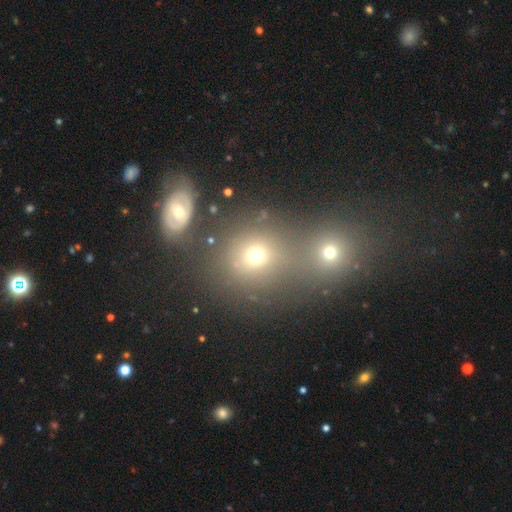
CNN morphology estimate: Smooth or featured?
  - smooth: 58% *
  - star or artifact: 27%
  - featured or disk: 15%
How rounded?
  - round: 77% *
  - in between: 22%
  - cigar-shaped: 1%
Merging?
  - none: 48% *
  - merger: 39%
  - minor disturbance: 8%
  - major disturbance: 4%